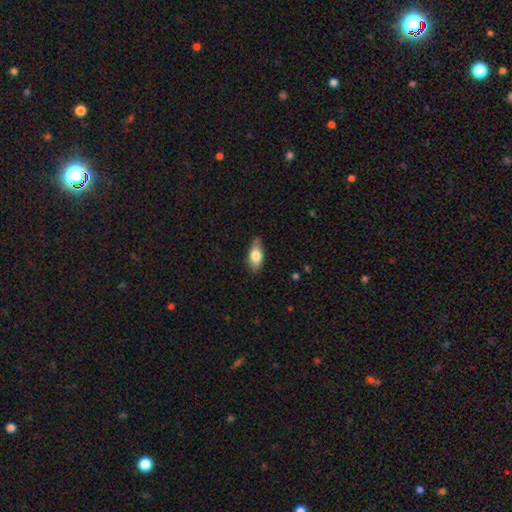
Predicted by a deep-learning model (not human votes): smooth_or_featured: smooth (p=0.72) [alt: featured or disk p=0.21]
how_rounded: in between (p=0.83) [alt: cigar-shaped p=0.13]
merging: none (p=0.79) [alt: minor disturbance p=0.17]